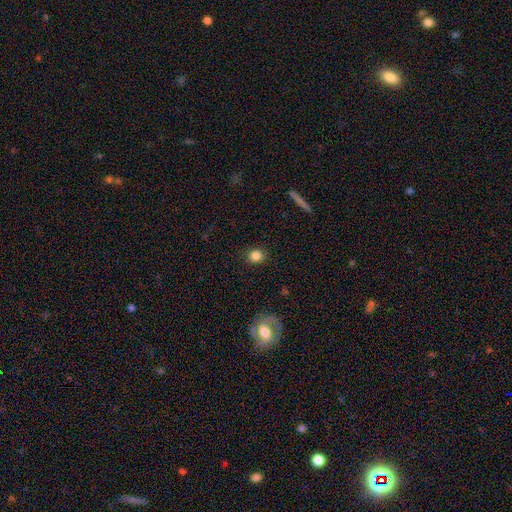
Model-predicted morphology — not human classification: smooth 84%, star or artifact 11%, featured or disk 5%. Down the decision tree: how rounded — round (83%); merging — none (88%).